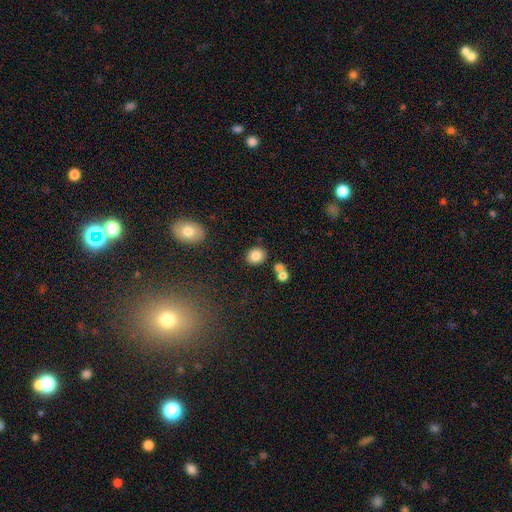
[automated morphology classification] A smooth galaxy with no disk features (82%) that is round (70%).

Vote fractions:
- Smooth or featured? smooth: 82% / star or artifact: 10% / featured or disk: 8%
- How rounded? round: 70% / in between: 29% / cigar-shaped: 1%
- Merging? none: 79% / minor disturbance: 9% / merger: 8% / major disturbance: 3%